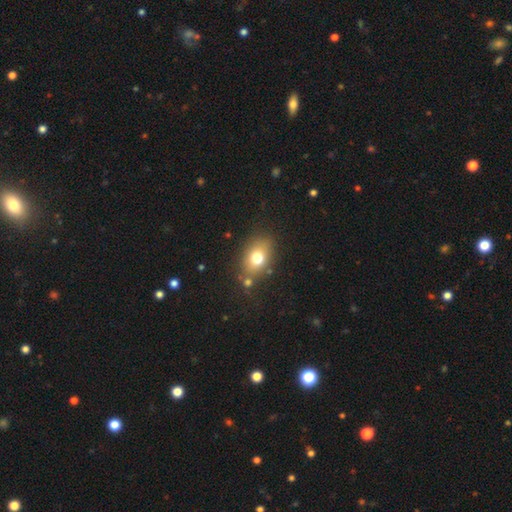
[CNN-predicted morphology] A smooth galaxy with no disk features (73%) that is in between round and cigar-shaped (71%). Merging: none (77%).